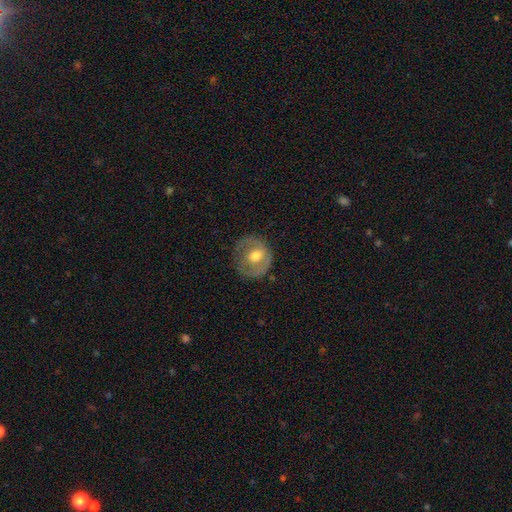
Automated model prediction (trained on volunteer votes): This is possibly a featured or disk galaxy (51%). It is clearly not viewed edge-on (95%). Merging: likely none (72%).